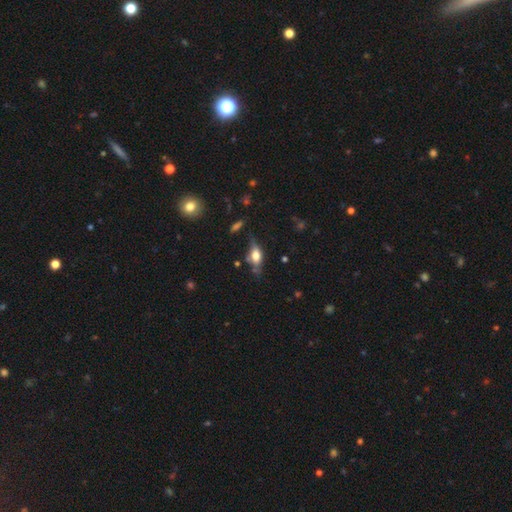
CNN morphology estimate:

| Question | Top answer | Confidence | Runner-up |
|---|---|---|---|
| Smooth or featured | smooth | 50% | featured or disk (41%) |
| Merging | none | 62% | minor disturbance (23%) |